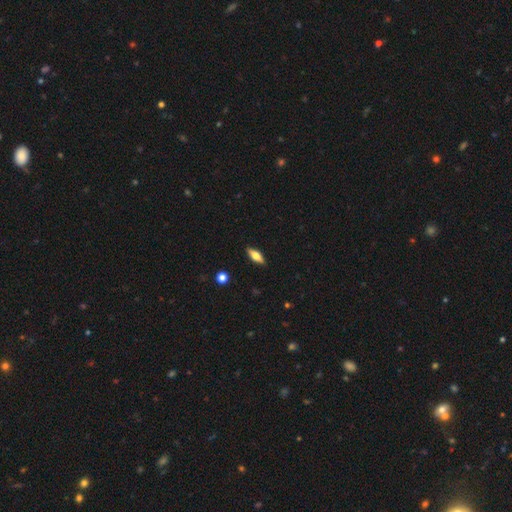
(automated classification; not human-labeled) Q: Smooth or featured?
A: smooth (54%); runner-up: featured or disk (39%)
Q: How rounded?
A: in between (65%); runner-up: cigar-shaped (31%)
Q: Merging?
A: none (89%); runner-up: minor disturbance (8%)